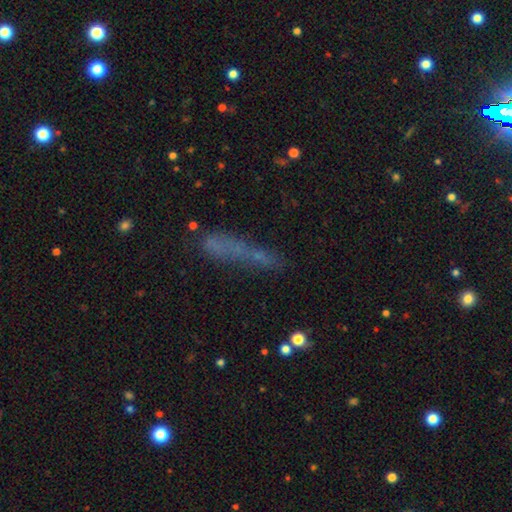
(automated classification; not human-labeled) smooth 52%, featured or disk 29%, star or artifact 20%. Down the decision tree: how rounded — cigar-shaped (77%); merging — none (46%).